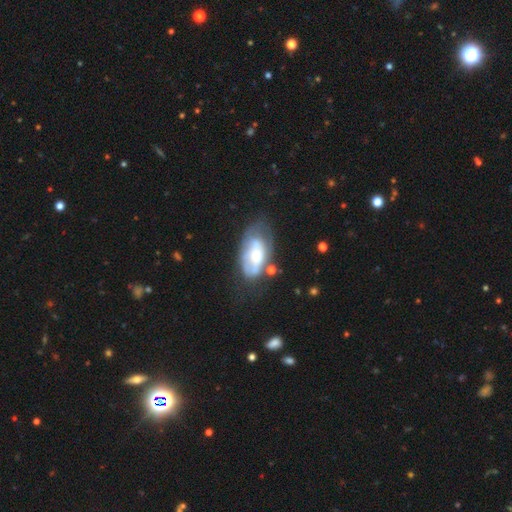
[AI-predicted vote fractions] A featured or disk galaxy (53%). Merging: none (43%).